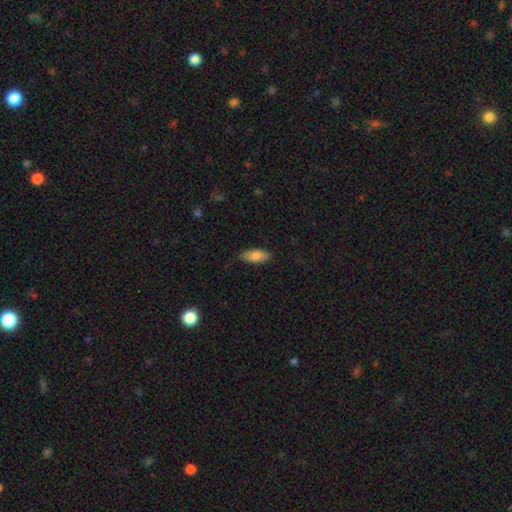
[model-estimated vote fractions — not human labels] A smooth galaxy with no disk features (82%) that is in between round and cigar-shaped (85%).

Vote fractions:
- Smooth or featured? smooth: 82% / featured or disk: 12% / star or artifact: 6%
- How rounded? in between: 85% / cigar-shaped: 12% / round: 2%
- Merging? none: 86% / minor disturbance: 11% / major disturbance: 2% / merger: 1%